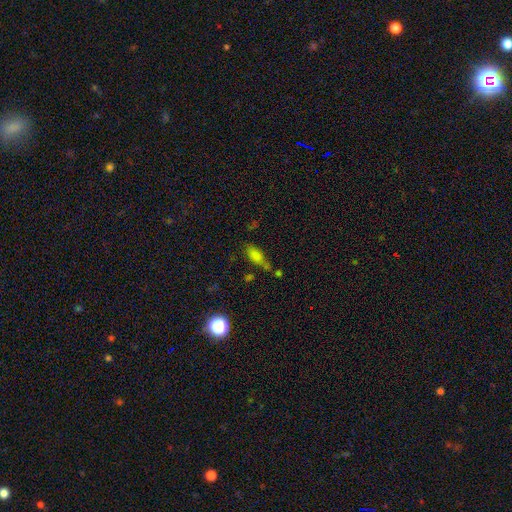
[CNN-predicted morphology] type=smooth (72%); roundness=in between (75%); merging=none (44%).